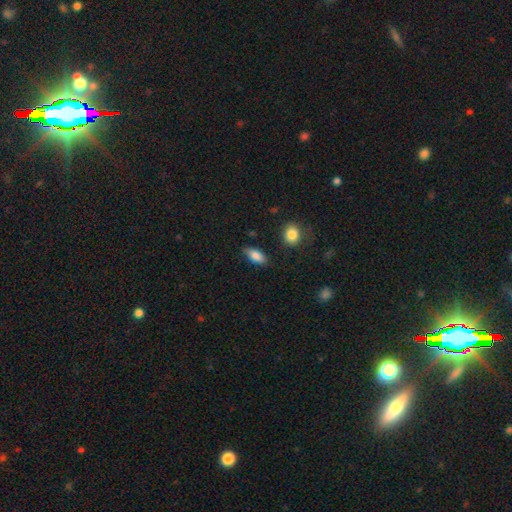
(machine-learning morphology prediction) A smooth galaxy with no disk features (84%) that is in between round and cigar-shaped (86%). Merging: none (82%).